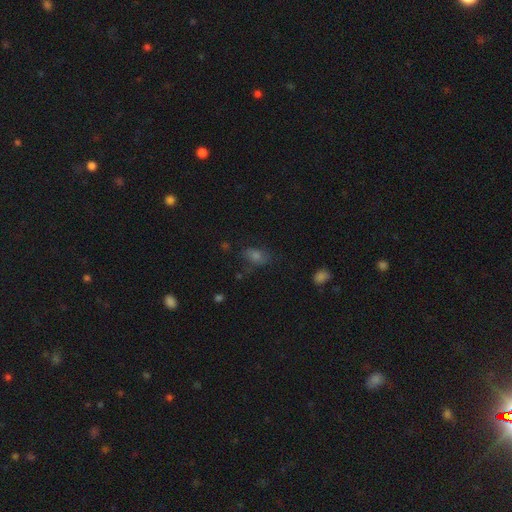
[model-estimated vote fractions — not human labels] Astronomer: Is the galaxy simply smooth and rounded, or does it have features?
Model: smooth — 56%.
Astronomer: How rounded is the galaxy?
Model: in between — 72%.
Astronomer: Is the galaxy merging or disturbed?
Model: none — 68%.